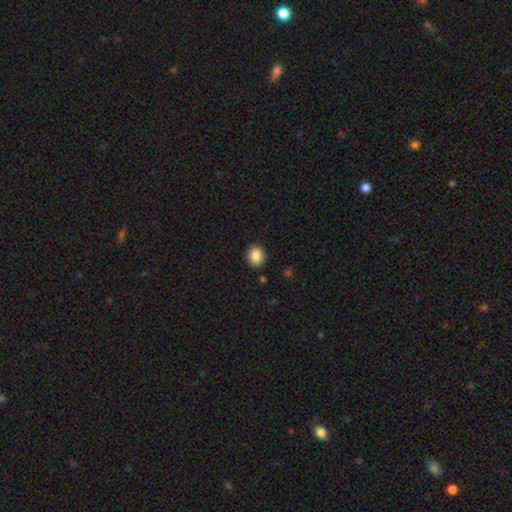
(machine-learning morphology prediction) This is clearly a smooth galaxy (86%). How rounded: possibly round (59%). Merging: clearly none (88%).